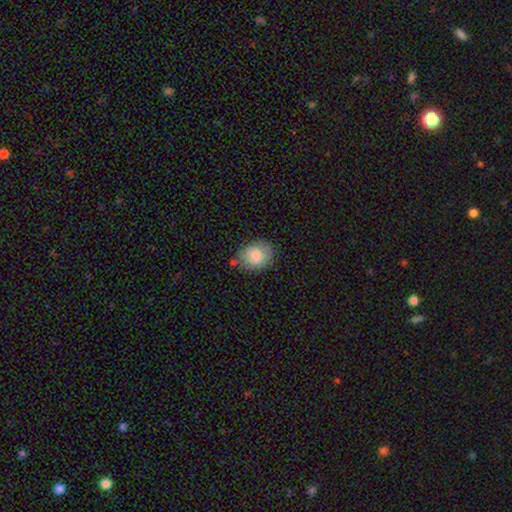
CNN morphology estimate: The model was most divided on "how rounded": in between: 54%, round: 45%, cigar-shaped: 1%. More confident: smooth or featured — smooth (82%); merging — none (64%).